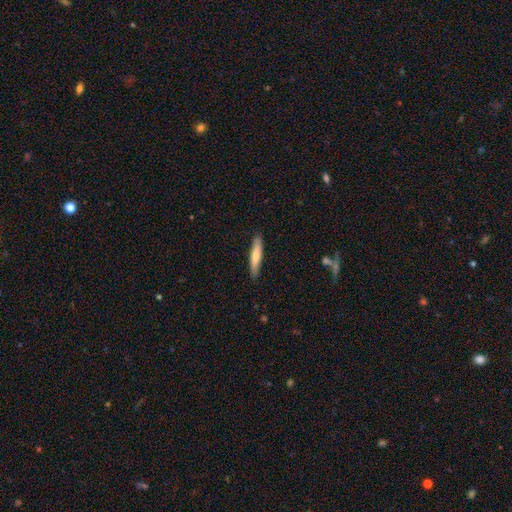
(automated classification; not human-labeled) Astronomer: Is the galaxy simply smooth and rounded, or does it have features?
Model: smooth — 70%.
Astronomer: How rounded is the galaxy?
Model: cigar-shaped — 90%.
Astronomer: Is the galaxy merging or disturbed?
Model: none — 89%.